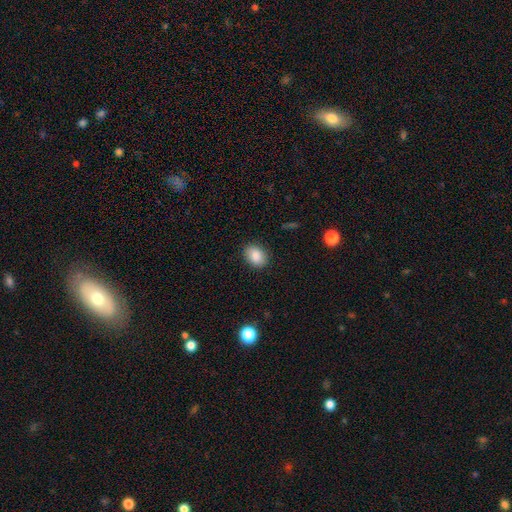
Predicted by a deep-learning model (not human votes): This is clearly a smooth galaxy (87%). How rounded: likely in between (69%). Merging: clearly none (87%).